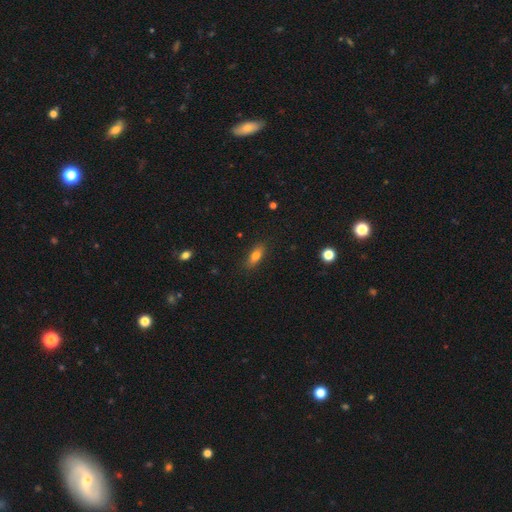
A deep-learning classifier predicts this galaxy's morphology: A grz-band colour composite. It shows a smooth galaxy with no disk features (78%) that is in between round and cigar-shaped (76%). Merging: none (85%).